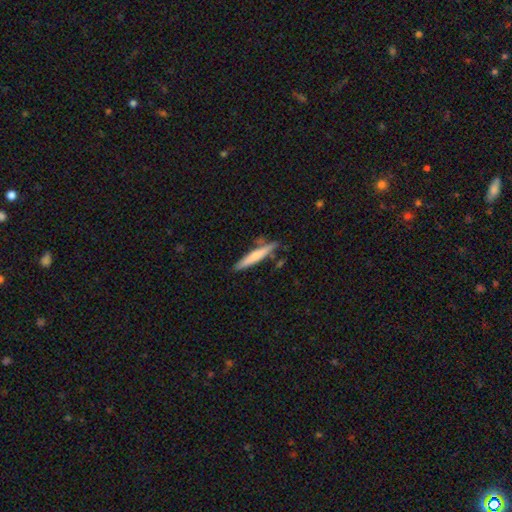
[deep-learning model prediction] smooth_or_featured: smooth (p=0.59) [alt: featured or disk p=0.35]
how_rounded: cigar-shaped (p=0.92) [alt: in between p=0.07]
merging: none (p=0.78) [alt: minor disturbance p=0.14]